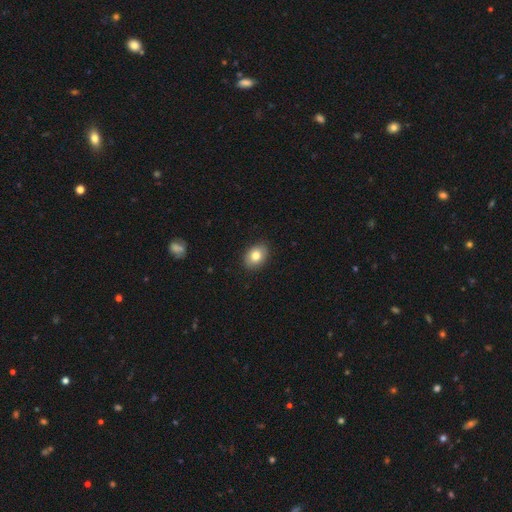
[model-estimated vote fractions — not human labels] A smooth galaxy with no disk features (81%) that is in between round and cigar-shaped (74%).

Vote fractions:
- Smooth or featured? smooth: 81% / featured or disk: 11% / star or artifact: 8%
- How rounded? in between: 74% / round: 25% / cigar-shaped: 1%
- Merging? none: 89% / minor disturbance: 9% / major disturbance: 2% / merger: 1%